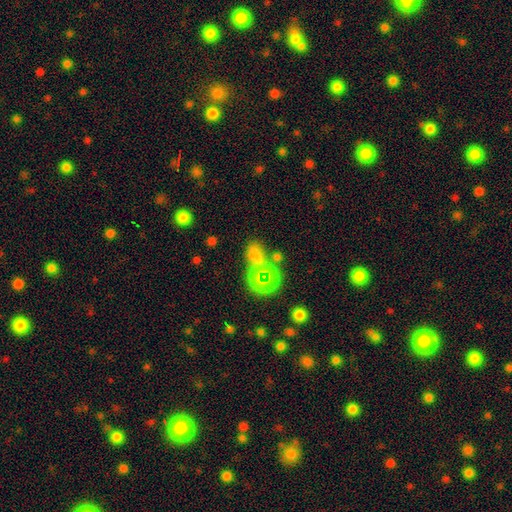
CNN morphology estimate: Smooth or featured? Predicted: smooth (p=0.52). How rounded? Predicted: in between (p=0.54). Merging? Predicted: none (p=0.54).